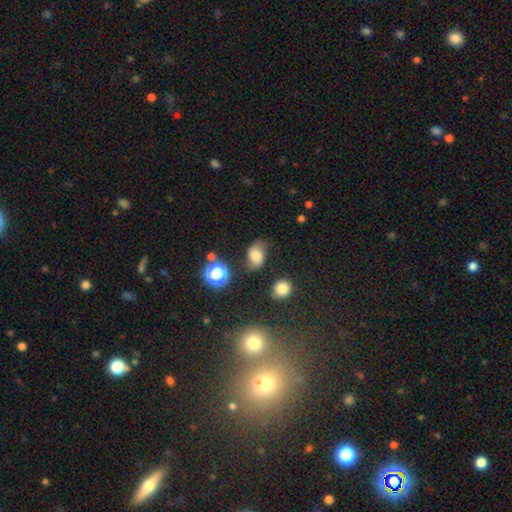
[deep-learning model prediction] A smooth galaxy with no disk features (59%) that is in between round and cigar-shaped (70%). Merging: none (63%).